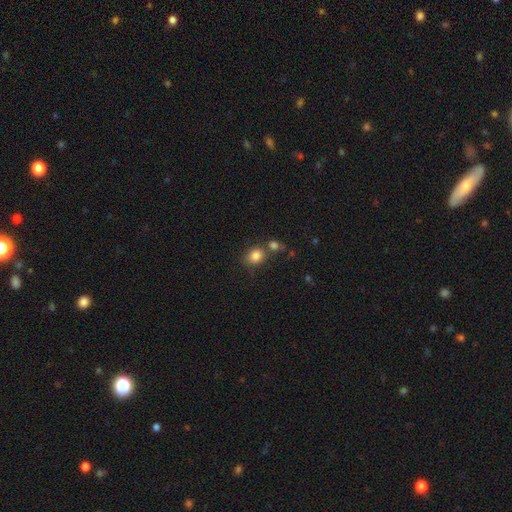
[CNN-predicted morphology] type=smooth (83%); roundness=round (66%); merging=none (63%).